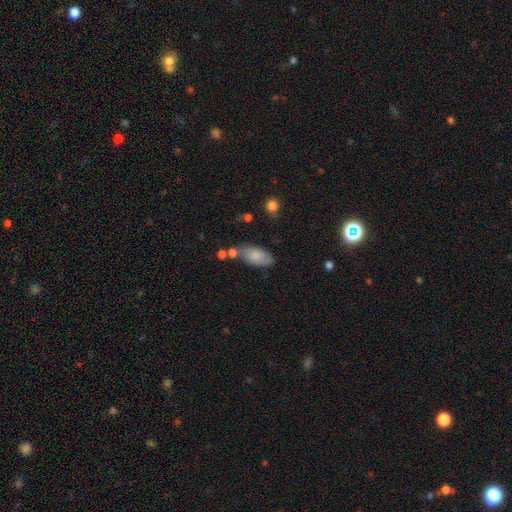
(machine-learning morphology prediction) Smooth or featured: smooth — 80% (featured or disk — 13%)
How rounded: in between — 91% (cigar-shaped — 6%)
Merging: none — 59% (minor disturbance — 22%)